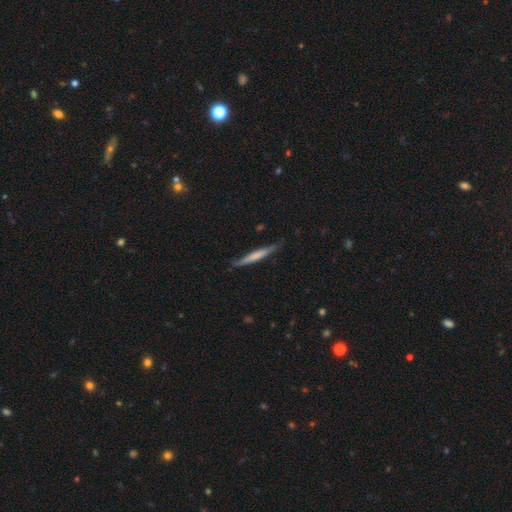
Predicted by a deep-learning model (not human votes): Morphology: type=smooth (54%); roundness=cigar-shaped (95%); merging=none (82%).